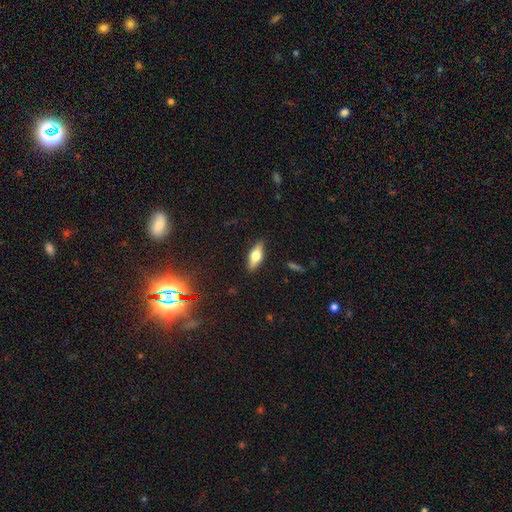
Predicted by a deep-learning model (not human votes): Smooth or featured? smooth (50%)
How rounded? in between (62%)
Merging? none (87%)